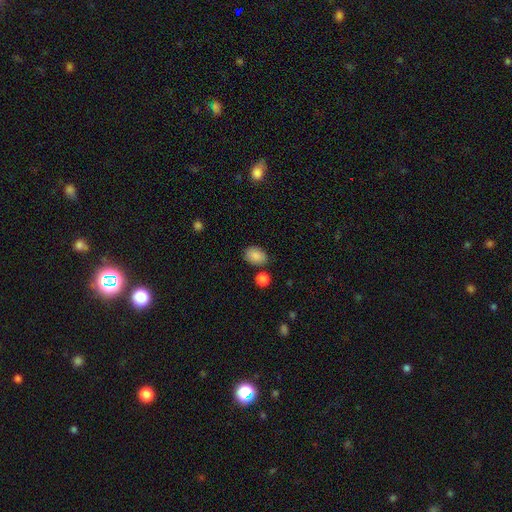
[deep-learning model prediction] This appears to be a smooth galaxy with no disk features (87%) that is in between round and cigar-shaped (79%). Merging: none (78%).